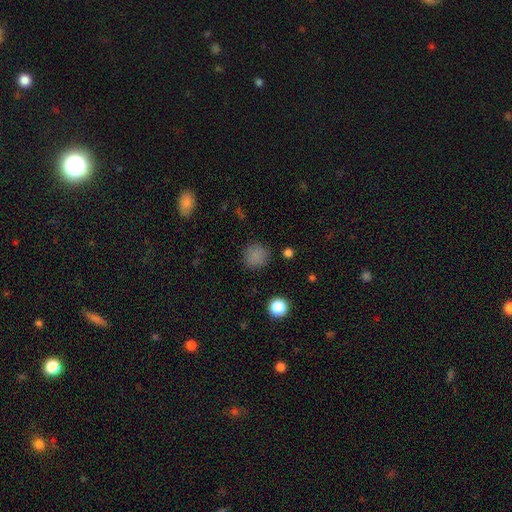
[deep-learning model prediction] A smooth galaxy with no disk features (81%) that is round (90%). Merging: none (84%).